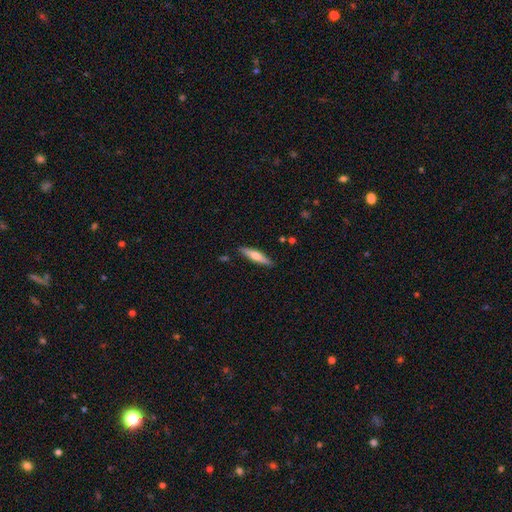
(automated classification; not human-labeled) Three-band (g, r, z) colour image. It shows a smooth galaxy with no disk features (55%) that is cigar-shaped (79%). Merging: none (87%).